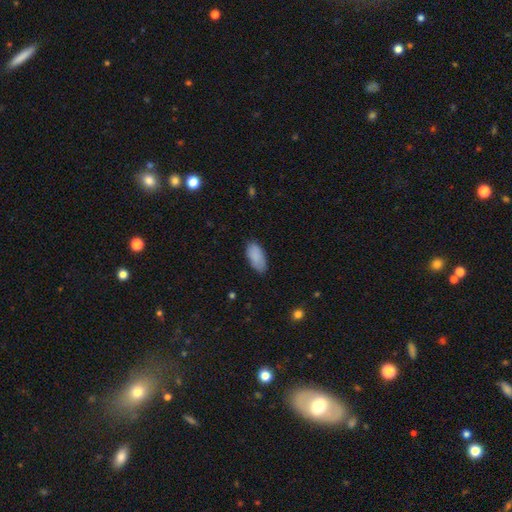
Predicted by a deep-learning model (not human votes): Smooth or featured?
  - smooth: 88% *
  - star or artifact: 6%
  - featured or disk: 5%
How rounded?
  - in between: 93% *
  - cigar-shaped: 5%
  - round: 2%
Merging?
  - none: 79% *
  - minor disturbance: 17%
  - major disturbance: 3%
  - merger: 1%